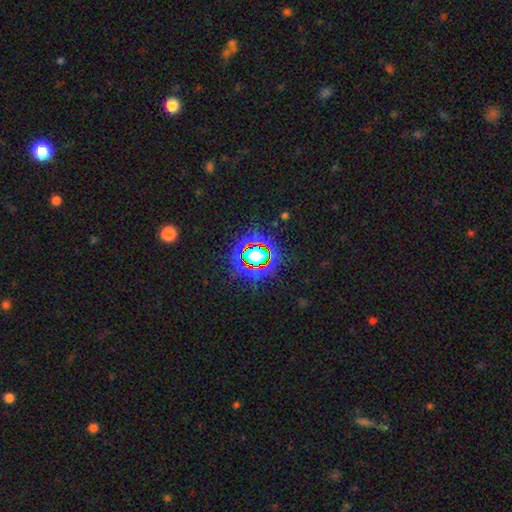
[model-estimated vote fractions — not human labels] Smooth or featured: star or artifact — 69% (smooth — 21%)